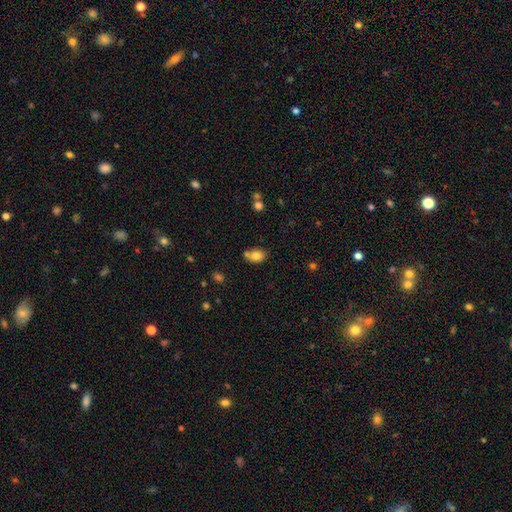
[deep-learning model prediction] Smooth or featured: smooth — 80% (featured or disk — 10%)
How rounded: in between — 71% (round — 28%)
Merging: none — 54% (merger — 21%)